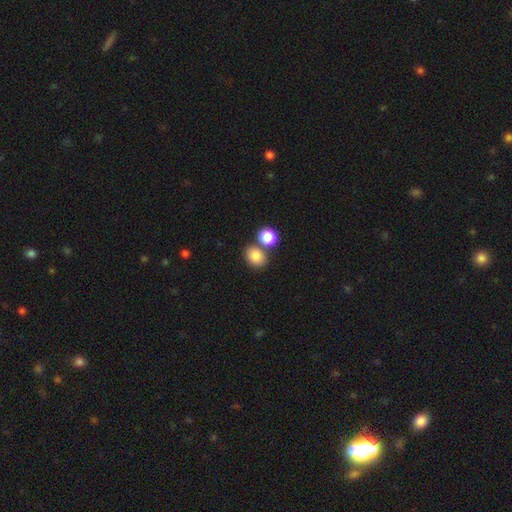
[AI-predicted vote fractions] Morphology: type=smooth (83%); roundness=in between (56%); merging=none (60%).